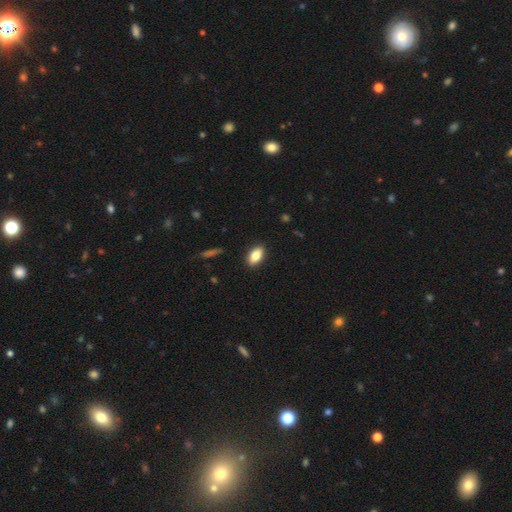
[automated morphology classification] The model was most divided on "smooth or featured": smooth: 82%, featured or disk: 10%, star or artifact: 7%. More confident: merging — none (89%); how rounded — in between (89%).